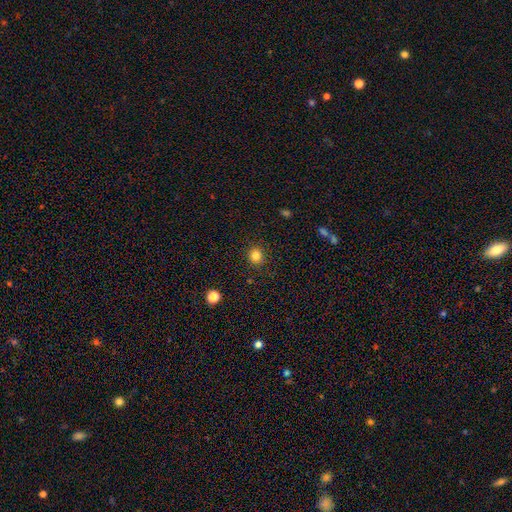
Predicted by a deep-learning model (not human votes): This appears to be a smooth galaxy with no disk features (83%) that is round (88%). Merging: none (90%).